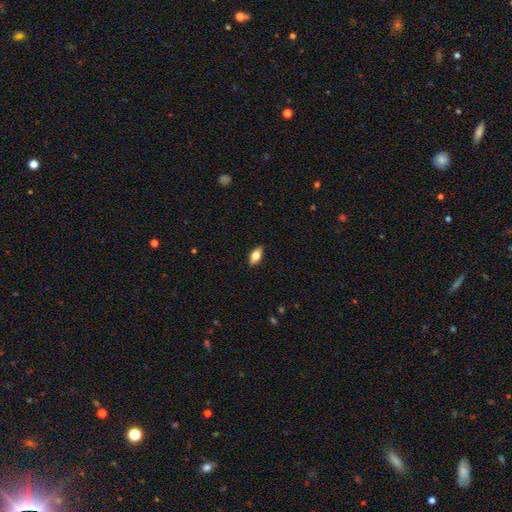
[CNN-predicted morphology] This is likely a smooth galaxy (74%). How rounded: clearly in between (88%). Merging: clearly none (88%).